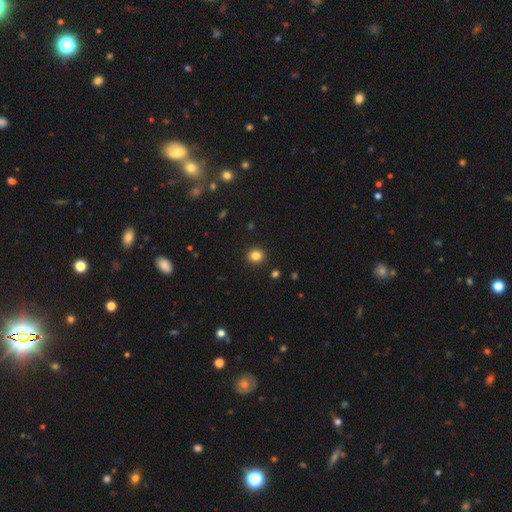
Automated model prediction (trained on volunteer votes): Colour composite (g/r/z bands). It shows a smooth galaxy with no disk features (83%) that is round (89%). Merging: none (93%).